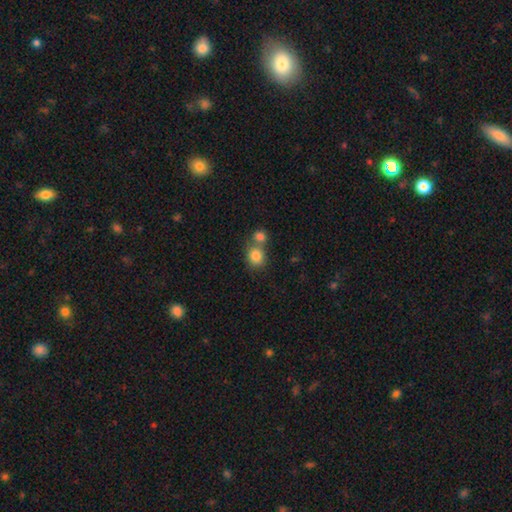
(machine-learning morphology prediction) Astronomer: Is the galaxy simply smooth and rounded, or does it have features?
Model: smooth — 83%.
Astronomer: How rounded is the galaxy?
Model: round — 76%.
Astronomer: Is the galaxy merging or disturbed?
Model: merger — 45%, tied with none at 45%.